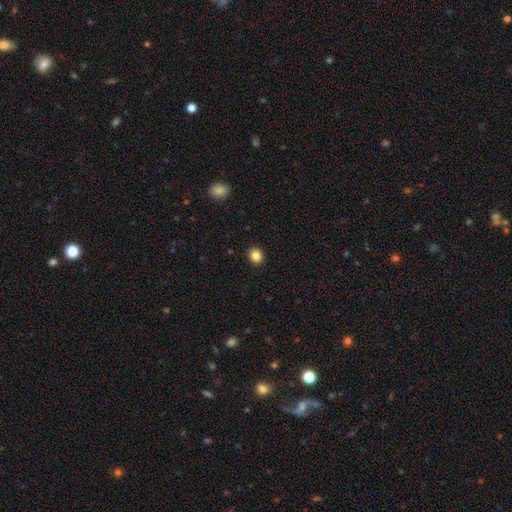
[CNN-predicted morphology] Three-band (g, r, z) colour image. It shows a smooth galaxy with no disk features (85%) that is round (72%). Merging: none (91%).